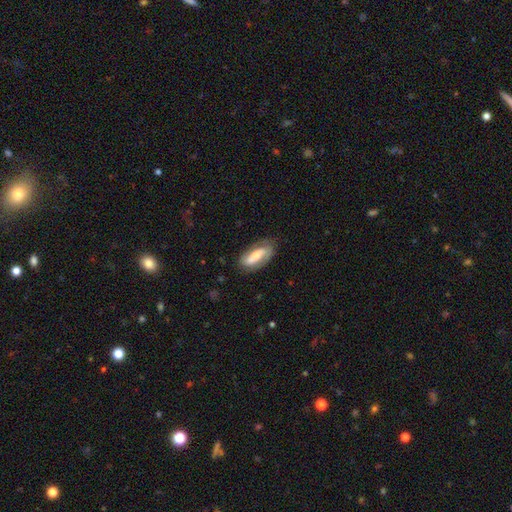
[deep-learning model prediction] A featured or disk galaxy (57%). Merging: none (77%).